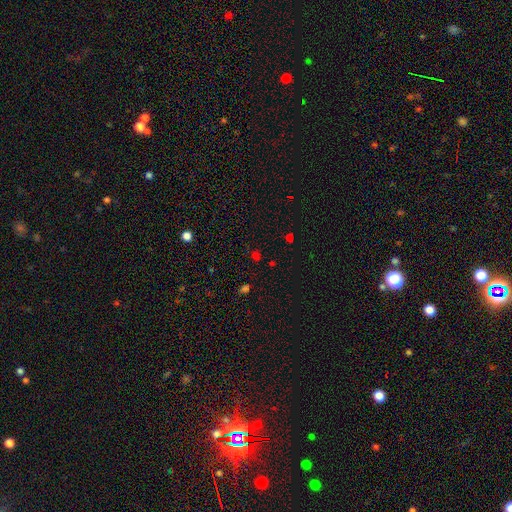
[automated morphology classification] Smooth or featured? Predicted: star or artifact (p=0.48).